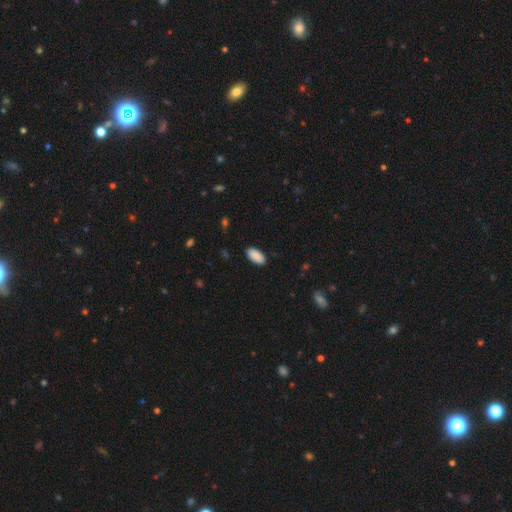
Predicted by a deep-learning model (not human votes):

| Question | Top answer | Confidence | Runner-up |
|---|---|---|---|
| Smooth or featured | smooth | 91% | star or artifact (6%) |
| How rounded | in between | 92% | cigar-shaped (6%) |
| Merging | none | 89% | minor disturbance (8%) |